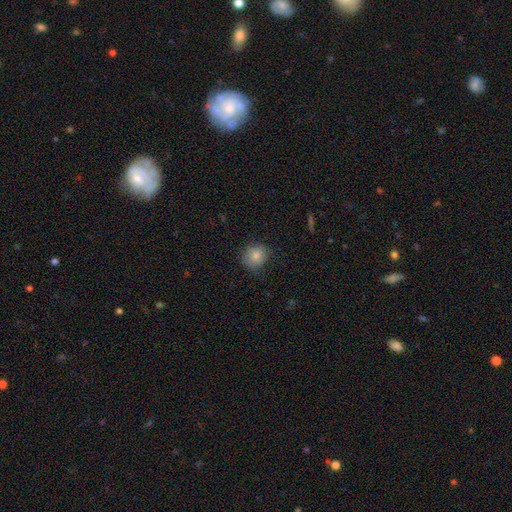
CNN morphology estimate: Smooth or featured: smooth — 80% (featured or disk — 10%)
How rounded: round — 80% (in between — 19%)
Merging: none — 77% (minor disturbance — 18%)